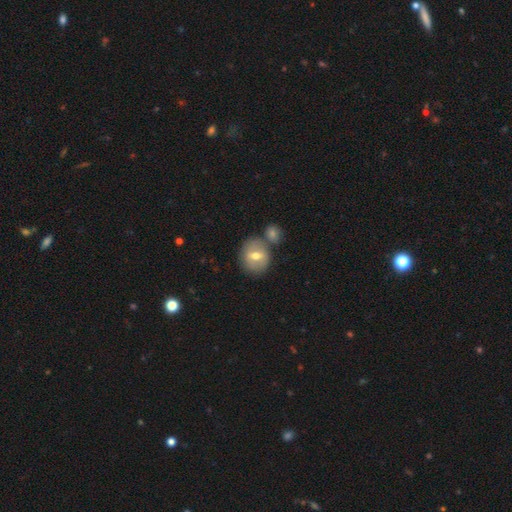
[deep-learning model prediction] smooth_or_featured: smooth (p=0.62) [alt: featured or disk p=0.30]
how_rounded: round (p=0.74) [alt: in between p=0.25]
merging: none (p=0.60) [alt: merger p=0.25]